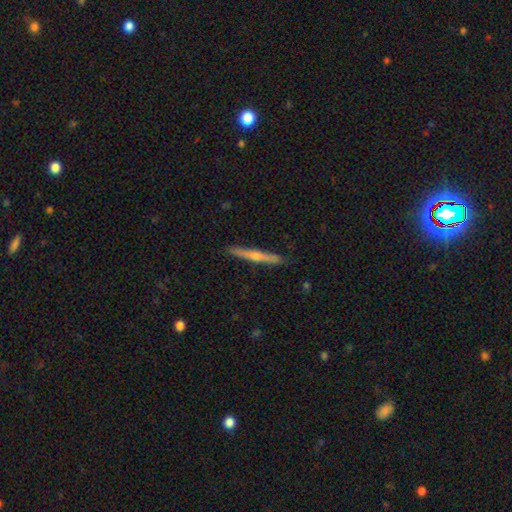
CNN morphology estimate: Smooth or featured: featured or disk — 59% (smooth — 35%)
Edge-on disk: yes — 97% (no — 3%)
Edge-on bulge: rounded — 77% (none — 19%)
Merging: none — 90% (minor disturbance — 8%)